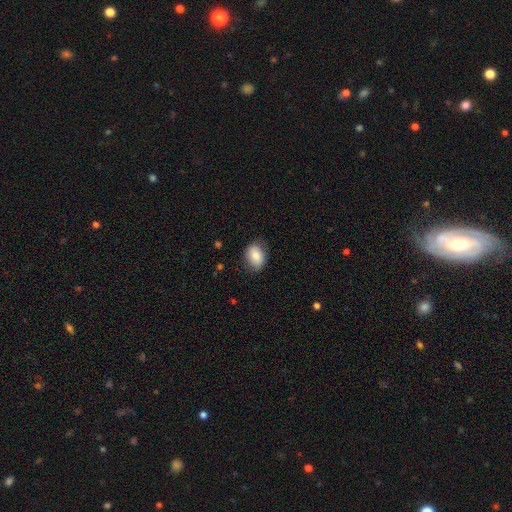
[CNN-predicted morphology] A smooth galaxy with no disk features (79%) that is in between round and cigar-shaped (71%).

Vote fractions:
- Smooth or featured? smooth: 79% / featured or disk: 13% / star or artifact: 8%
- How rounded? in between: 71% / round: 28% / cigar-shaped: 1%
- Merging? none: 78% / minor disturbance: 17% / major disturbance: 4% / merger: 1%